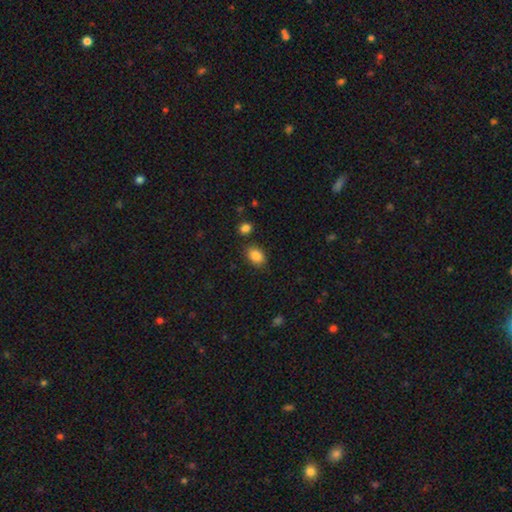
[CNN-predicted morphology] The model was most divided on "how rounded": in between: 79%, round: 20%, cigar-shaped: 1%. More confident: smooth or featured — smooth (87%); merging — none (80%).